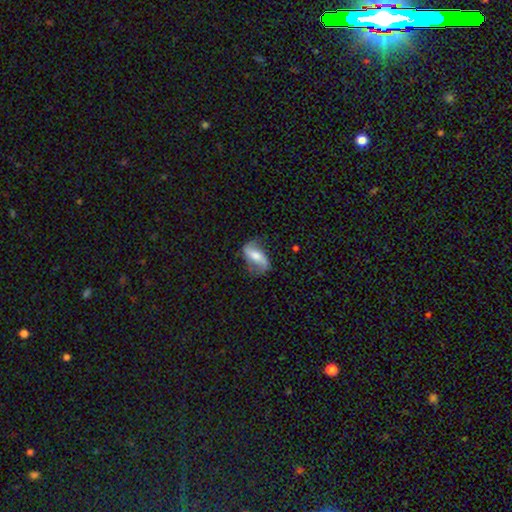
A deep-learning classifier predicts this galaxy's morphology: The model was most divided on "bar": strong: 39%, no: 31%, weak: 30%. More confident: edge-on disk — no (88%); spiral arms — yes (84%); merging — none (67%); smooth or featured — featured or disk (62%); bulge size — moderate (55%).